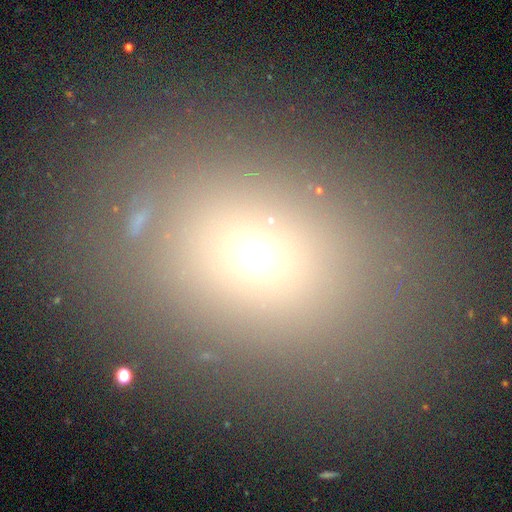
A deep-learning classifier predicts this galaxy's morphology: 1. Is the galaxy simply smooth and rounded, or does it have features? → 66% smooth, 22% star or artifact, 12% featured or disk.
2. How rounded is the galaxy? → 53% in between, 45% round, 3% cigar-shaped.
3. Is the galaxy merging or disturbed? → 76% none, 11% minor disturbance, 6% major disturbance, 6% merger.